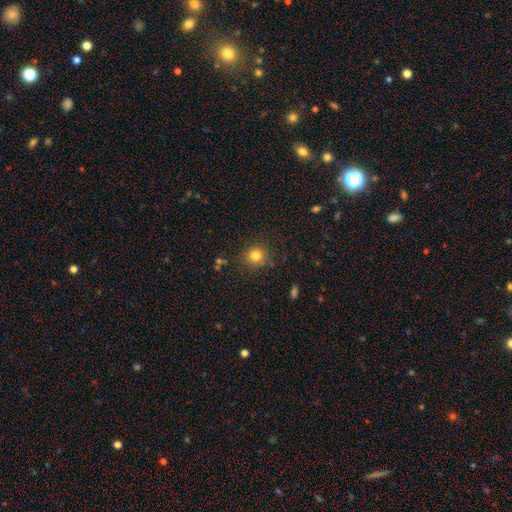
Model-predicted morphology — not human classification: A smooth galaxy with no disk features (81%) that is round (89%). Merging: none (84%).